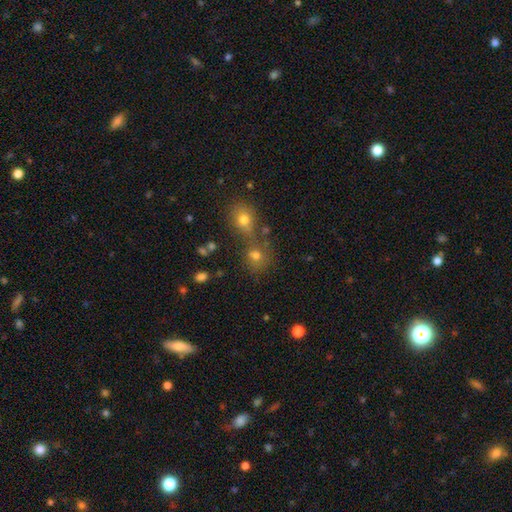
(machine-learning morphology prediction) Smooth or featured: smooth — 72% (star or artifact — 18%)
How rounded: round — 77% (in between — 22%)
Merging: none — 45% (merger — 41%)